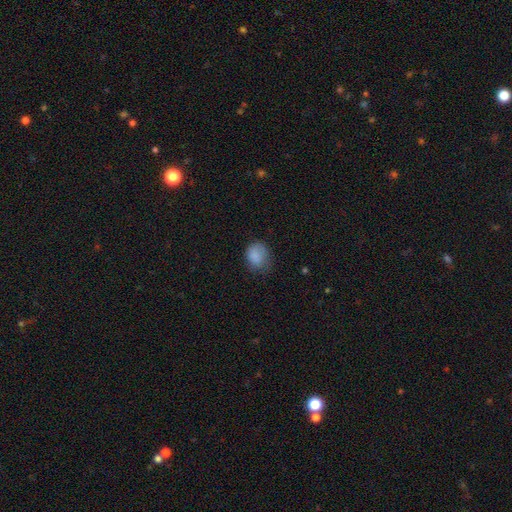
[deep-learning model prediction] A smooth galaxy with no disk features (84%) that is round (51%). Merging: none (54%).